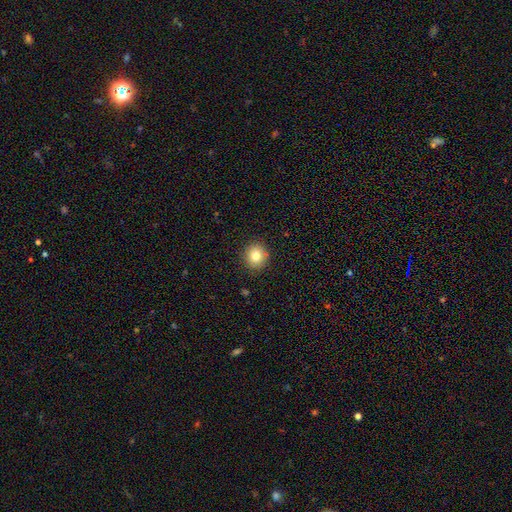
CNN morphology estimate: Smooth or featured: smooth — 81% (star or artifact — 11%)
How rounded: round — 88% (in between — 12%)
Merging: none — 90% (minor disturbance — 7%)